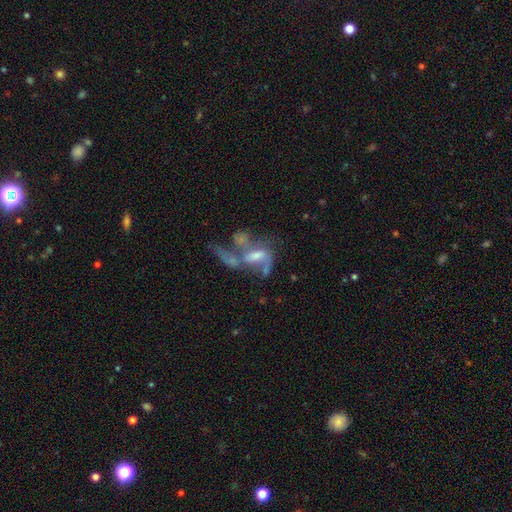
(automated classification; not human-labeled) Morphology: type=featured or disk (68%); edge-on=no (94%); bar=weak (41%); spiral arms=yes (68%); bulge=moderate (40%); merging=merger (48%).